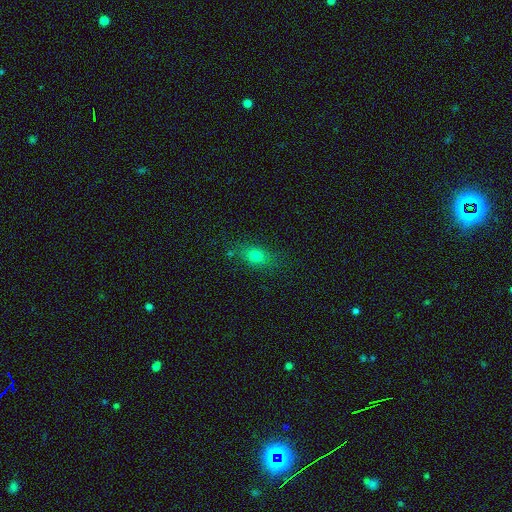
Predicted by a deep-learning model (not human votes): smooth-or-featured: smooth: 75% | star or artifact: 14% | featured or disk: 11%
  how-rounded: in between: 69% | round: 24% | cigar-shaped: 7%
  merging: none: 77% | minor disturbance: 15% | major disturbance: 5% | merger: 3%